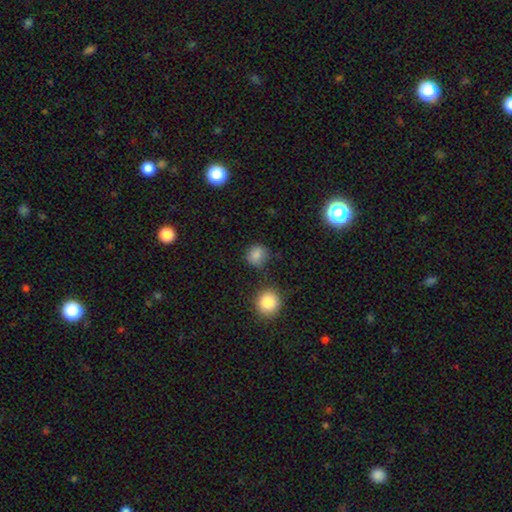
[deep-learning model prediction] Smooth or featured: smooth — 83% (star or artifact — 12%)
How rounded: round — 85% (in between — 14%)
Merging: none — 78% (minor disturbance — 13%)